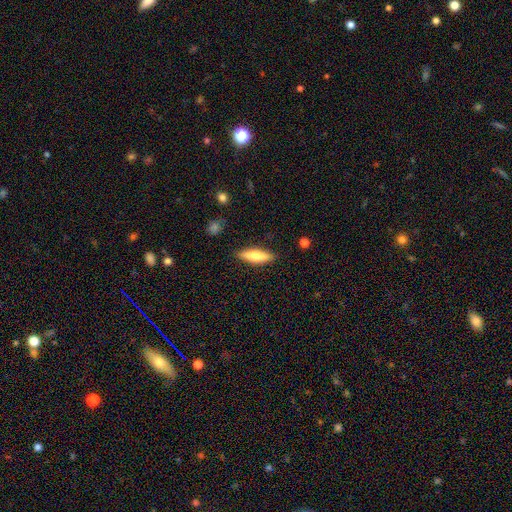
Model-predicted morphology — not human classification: This is likely a smooth galaxy (67%). How rounded: likely cigar-shaped (62%). Merging: clearly none (87%).